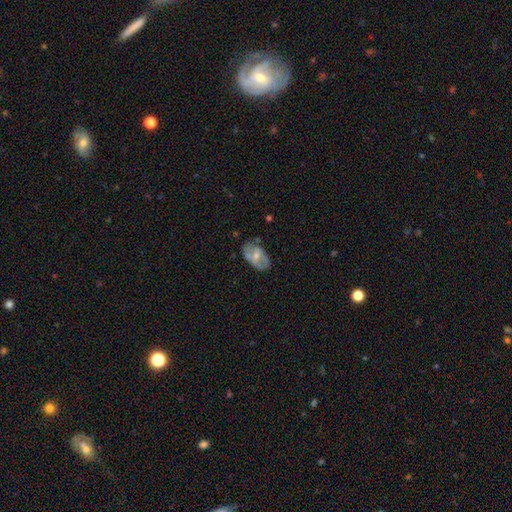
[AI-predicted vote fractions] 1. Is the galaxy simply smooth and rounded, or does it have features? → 49% featured or disk, 45% smooth, 6% star or artifact.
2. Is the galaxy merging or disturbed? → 68% none, 23% minor disturbance, 7% major disturbance, 3% merger.